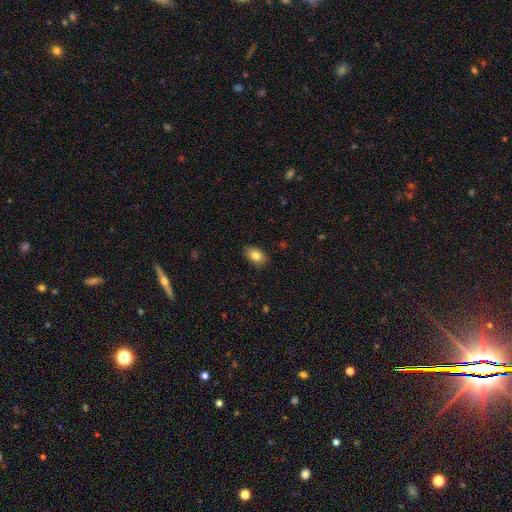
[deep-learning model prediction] Q: Smooth or featured?
A: smooth (83%); runner-up: featured or disk (9%)
Q: How rounded?
A: in between (84%); runner-up: round (14%)
Q: Merging?
A: none (87%); runner-up: minor disturbance (10%)